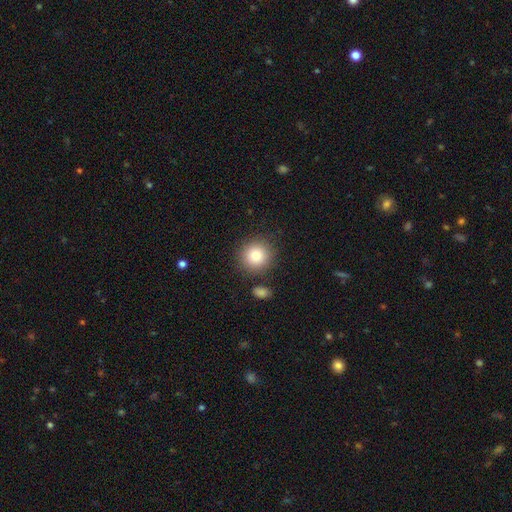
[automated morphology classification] Smooth or featured: smooth — 80% (star or artifact — 11%)
How rounded: round — 93% (in between — 6%)
Merging: none — 84% (minor disturbance — 8%)